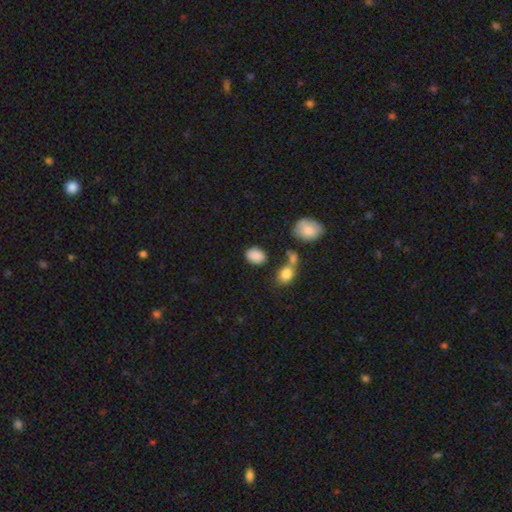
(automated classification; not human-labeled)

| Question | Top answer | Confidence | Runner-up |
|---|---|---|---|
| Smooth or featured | smooth | 86% | star or artifact (9%) |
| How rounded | in between | 76% | round (23%) |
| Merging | none | 74% | minor disturbance (16%) |